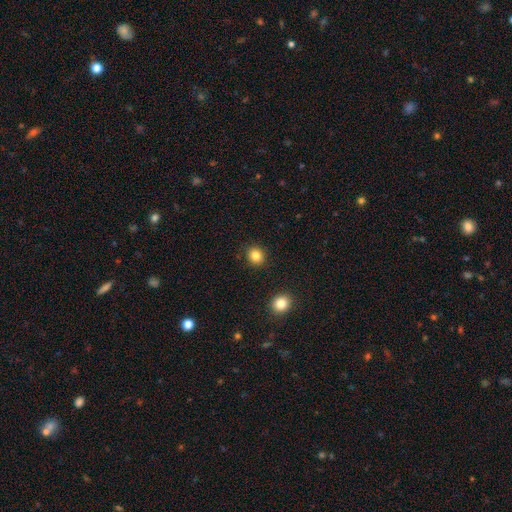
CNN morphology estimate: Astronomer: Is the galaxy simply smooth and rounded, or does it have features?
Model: smooth — 84%.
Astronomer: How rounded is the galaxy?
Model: round — 76%.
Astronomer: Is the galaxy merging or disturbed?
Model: none — 90%.